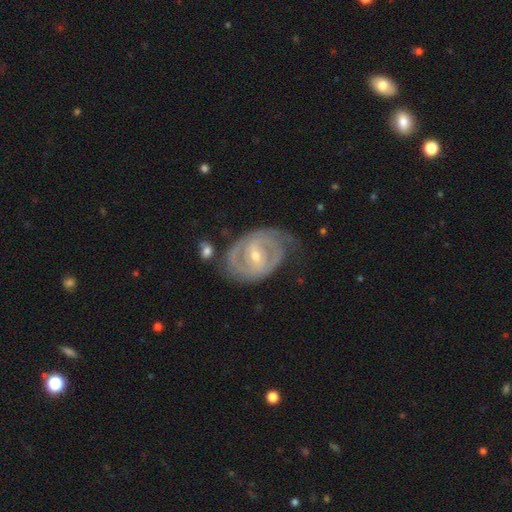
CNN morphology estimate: Overall: featured or disk (88%). Edge-on disk: no (97%). Bar: weak (47%; strong 35%). Spiral arms: yes (94%). Spiral arm count: 2 (67%). Spiral winding: tight (58%; medium 34%). Bulge size: small (59%; moderate 39%). Merging: none (60%; minor disturbance 23%).